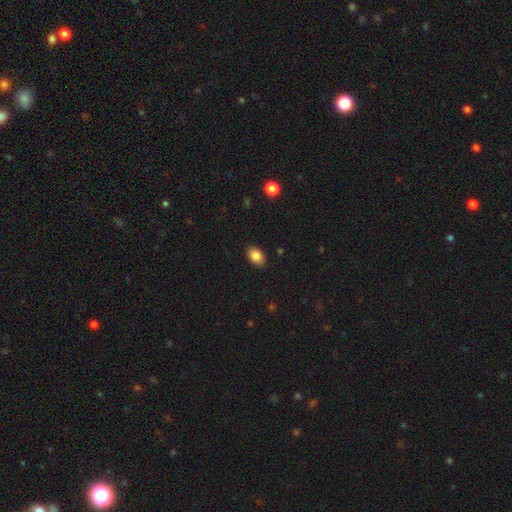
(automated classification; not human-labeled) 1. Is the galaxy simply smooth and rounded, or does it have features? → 86% smooth, 8% star or artifact, 6% featured or disk.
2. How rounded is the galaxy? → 83% in between, 16% round, 1% cigar-shaped.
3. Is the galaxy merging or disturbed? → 88% none, 9% minor disturbance, 2% major disturbance, 1% merger.